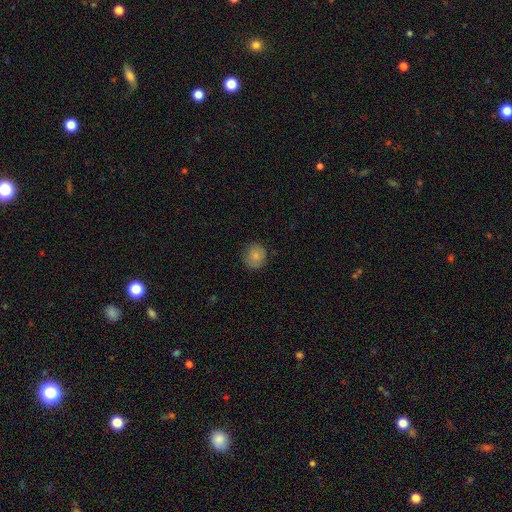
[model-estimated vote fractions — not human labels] A smooth galaxy with no disk features (80%) that is round (90%).

Vote fractions:
- Smooth or featured? smooth: 80% / star or artifact: 10% / featured or disk: 10%
- How rounded? round: 90% / in between: 10% / cigar-shaped: 1%
- Merging? none: 82% / minor disturbance: 14% / major disturbance: 3% / merger: 1%